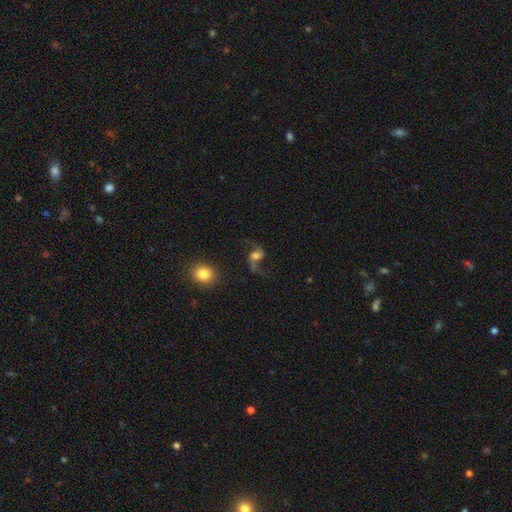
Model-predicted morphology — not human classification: smooth_or_featured: featured or disk (p=0.83) [alt: smooth p=0.09]
disk_edge_on: no (p=0.97) [alt: yes p=0.03]
bar: no (p=0.48) [alt: weak p=0.38]
has_spiral_arms: yes (p=0.96) [alt: no p=0.04]
spiral_winding: loose (p=0.87) [alt: medium p=0.11]
spiral_arm_count: 2 (p=0.94) [alt: 1 p=0.02]
bulge_size: moderate (p=0.52) [alt: small p=0.21]
merging: none (p=0.72) [alt: minor disturbance p=0.13]